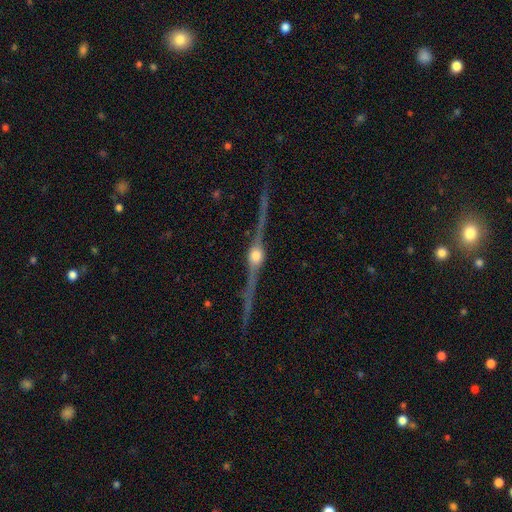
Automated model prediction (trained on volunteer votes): Smooth or featured: featured or disk — 90% (star or artifact — 5%)
Edge-on disk: yes — 96% (no — 4%)
Edge-on bulge: rounded — 96% (boxy — 2%)
Merging: none — 88% (minor disturbance — 8%)